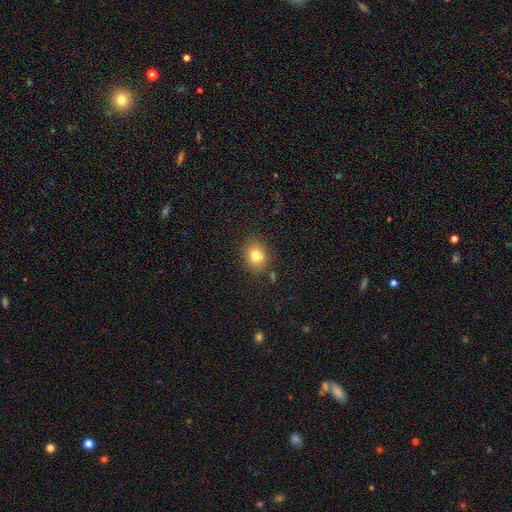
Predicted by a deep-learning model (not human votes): A smooth galaxy with no disk features (78%) that is round (61%). Merging: none (80%).